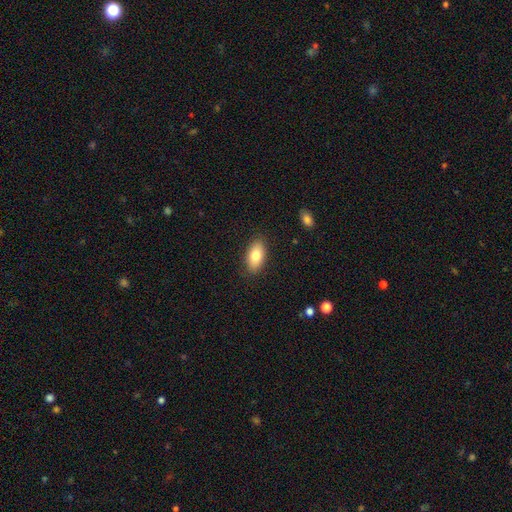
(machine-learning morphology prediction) The model was most divided on "smooth or featured": smooth: 80%, featured or disk: 13%, star or artifact: 7%. More confident: how rounded — in between (91%); merging — none (87%).